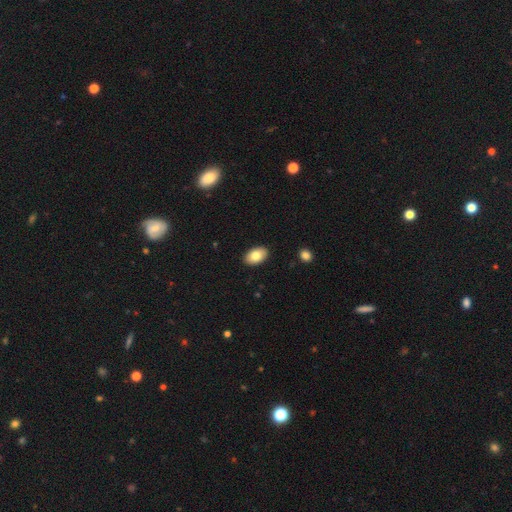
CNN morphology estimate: smooth 82%, featured or disk 11%, star or artifact 7%. Down the decision tree: how rounded — in between (91%); merging — none (90%).